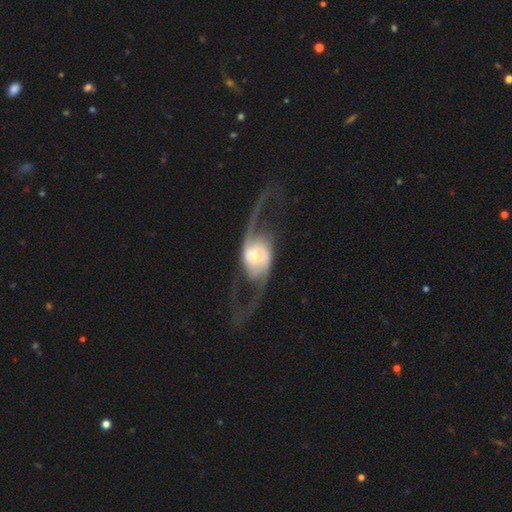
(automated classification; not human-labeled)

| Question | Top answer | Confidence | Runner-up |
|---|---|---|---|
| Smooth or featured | featured or disk | 84% | smooth (11%) |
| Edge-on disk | no | 94% | yes (6%) |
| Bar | no | 47% | weak (34%) |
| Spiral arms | yes | 93% | no (7%) |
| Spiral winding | loose | 79% | medium (17%) |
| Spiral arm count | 2 | 92% | 1 (2%) |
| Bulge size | moderate | 39% | small (38%) |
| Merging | none | 54% | major disturbance (30%) |